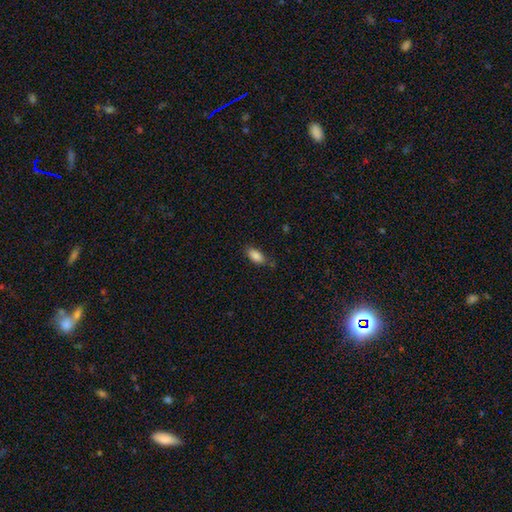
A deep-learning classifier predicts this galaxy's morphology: Smooth or featured: smooth — 87% (star or artifact — 8%)
How rounded: in between — 89% (cigar-shaped — 8%)
Merging: none — 75% (minor disturbance — 18%)